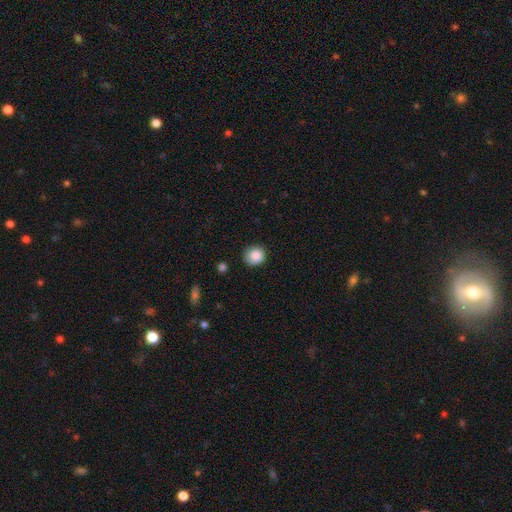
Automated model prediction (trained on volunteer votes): The model was most divided on "merging": none: 84%, minor disturbance: 13%, major disturbance: 2%, merger: 1%. More confident: how rounded — round (89%); smooth or featured — smooth (86%).